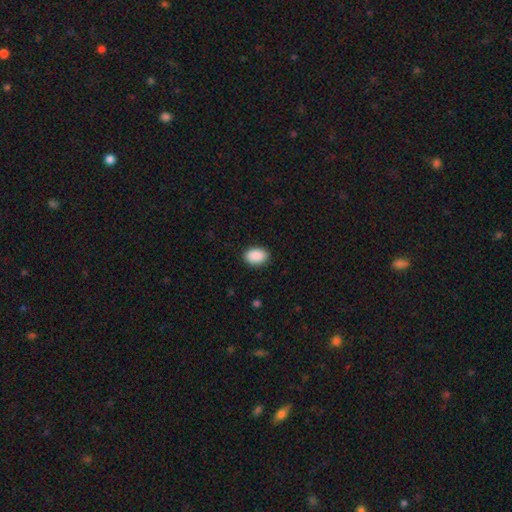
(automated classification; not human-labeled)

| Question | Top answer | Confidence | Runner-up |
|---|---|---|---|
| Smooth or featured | smooth | 91% | star or artifact (7%) |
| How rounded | in between | 83% | round (16%) |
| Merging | none | 89% | minor disturbance (8%) |